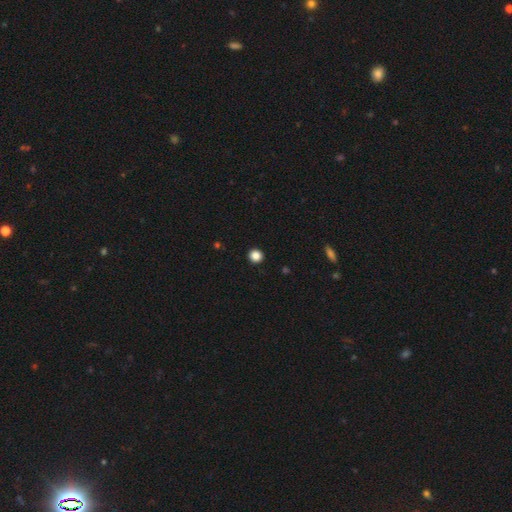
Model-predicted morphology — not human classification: A smooth galaxy with no disk features (86%) that is round (92%).

Vote fractions:
- Smooth or featured? smooth: 86% / star or artifact: 11% / featured or disk: 3%
- How rounded? round: 92% / in between: 7% / cigar-shaped: 1%
- Merging? none: 94% / minor disturbance: 4% / major disturbance: 1% / merger: 1%